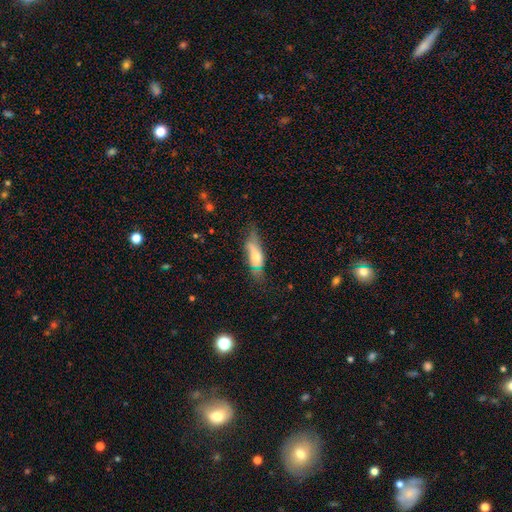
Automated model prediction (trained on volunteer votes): Smooth or featured?
  - smooth: 51% *
  - featured or disk: 40%
  - star or artifact: 9%
How rounded?
  - cigar-shaped: 52% *
  - in between: 45%
  - round: 3%
Merging?
  - none: 55% *
  - minor disturbance: 28%
  - major disturbance: 14%
  - merger: 4%